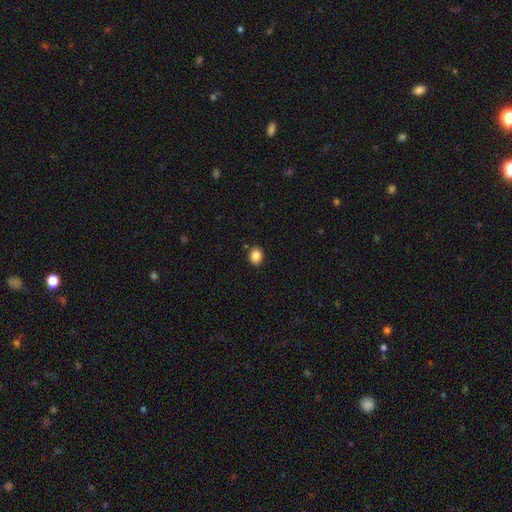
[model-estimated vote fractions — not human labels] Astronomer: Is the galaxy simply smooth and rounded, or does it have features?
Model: smooth — 86%.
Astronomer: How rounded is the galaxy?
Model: round — 60% (runner-up: in between, 40%).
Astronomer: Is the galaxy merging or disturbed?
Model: none — 89%.